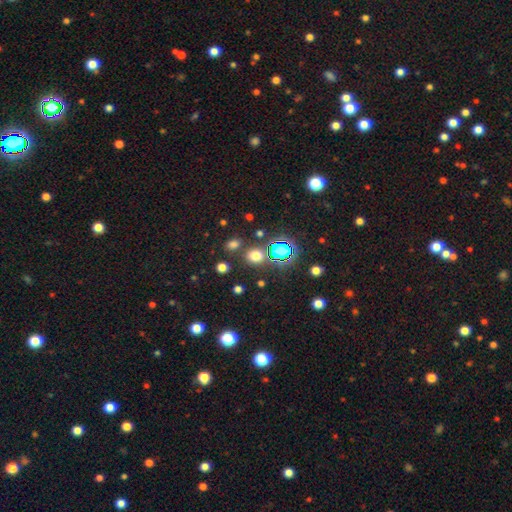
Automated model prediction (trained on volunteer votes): The model was most divided on "how rounded": round: 60%, in between: 38%, cigar-shaped: 2%. More confident: merging — none (78%); smooth or featured — smooth (61%).